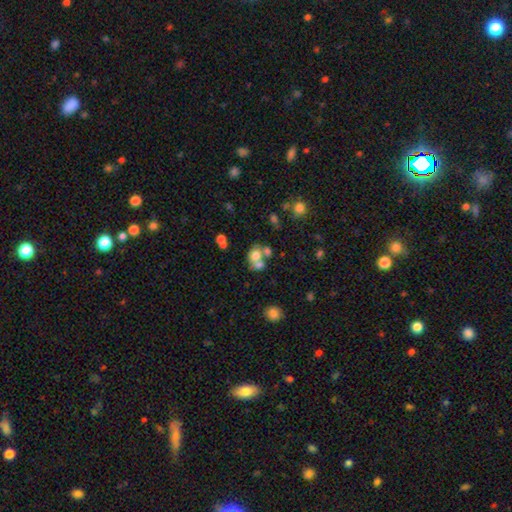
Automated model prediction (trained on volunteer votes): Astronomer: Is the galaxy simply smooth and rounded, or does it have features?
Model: smooth — 65%.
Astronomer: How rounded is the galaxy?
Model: round — 60% (runner-up: in between, 39%).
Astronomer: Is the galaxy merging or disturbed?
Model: merger — 51% (runner-up: none, 34%).